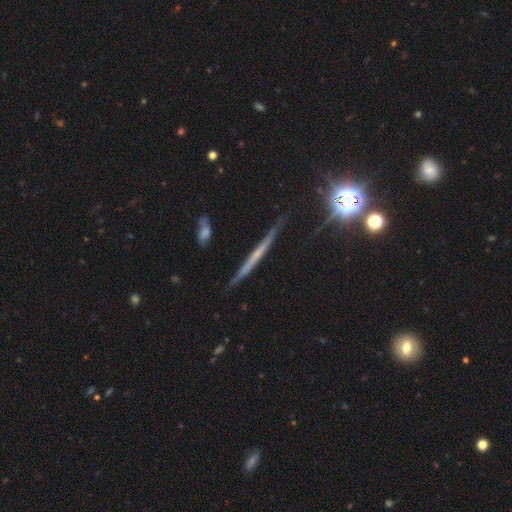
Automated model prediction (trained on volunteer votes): A featured or disk galaxy (57%) viewed edge-on (95%) with no central bulge (78%). Merging: none (84%).